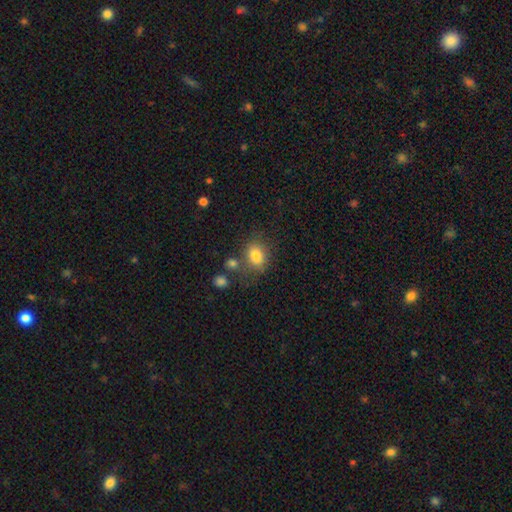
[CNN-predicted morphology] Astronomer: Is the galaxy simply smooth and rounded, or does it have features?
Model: smooth — 81%.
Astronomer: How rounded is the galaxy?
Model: in between — 63%.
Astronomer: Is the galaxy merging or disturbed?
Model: none — 65%.